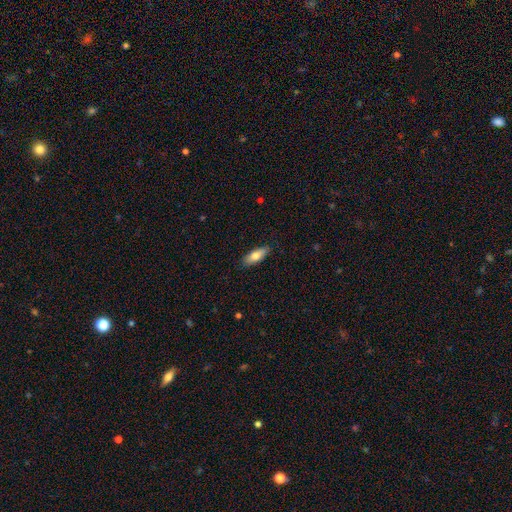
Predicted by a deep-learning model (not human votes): smooth 74%, featured or disk 20%, star or artifact 6%. Down the decision tree: how rounded — in between (67%); merging — none (88%).